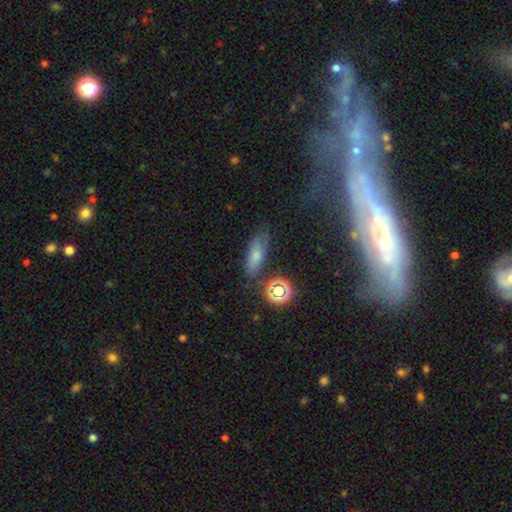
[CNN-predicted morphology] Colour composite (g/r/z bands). It shows a smooth galaxy with no disk features (60%) that is in between round and cigar-shaped (59%). Merging: none (74%).